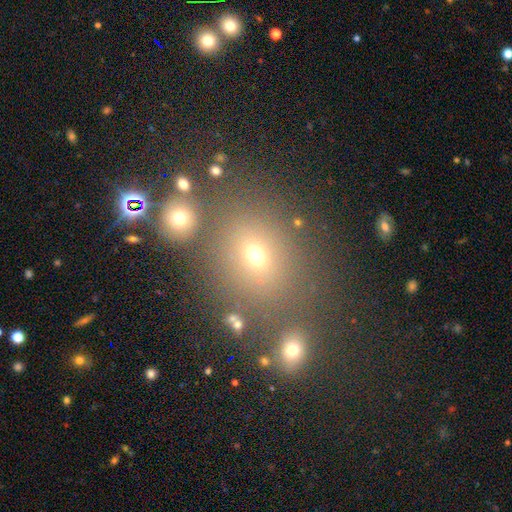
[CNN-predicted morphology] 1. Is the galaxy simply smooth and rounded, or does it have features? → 56% smooth, 31% star or artifact, 13% featured or disk.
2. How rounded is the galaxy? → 65% round, 33% in between, 2% cigar-shaped.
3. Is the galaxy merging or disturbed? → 73% none, 11% merger, 11% minor disturbance, 6% major disturbance.